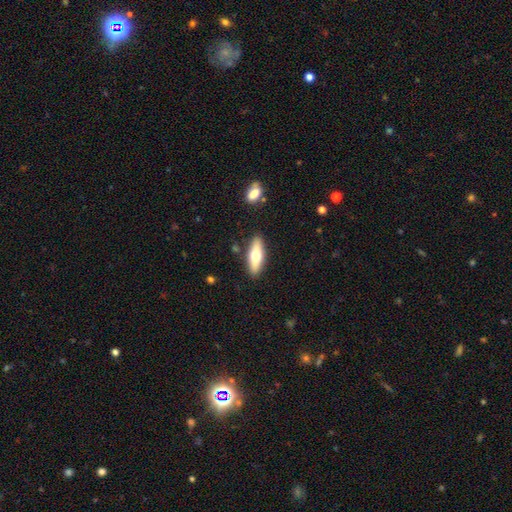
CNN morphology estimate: Smooth or featured? Predicted: smooth (p=0.61). How rounded? Predicted: in between (p=0.55). Merging? Predicted: none (p=0.86).